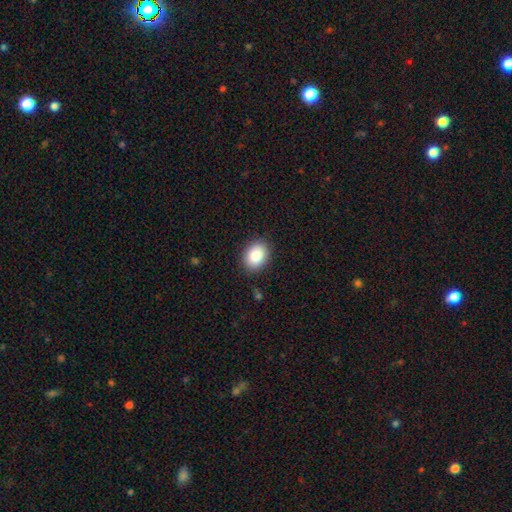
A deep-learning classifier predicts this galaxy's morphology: smooth-or-featured: smooth: 85% | star or artifact: 8% | featured or disk: 7%
  how-rounded: in between: 63% | round: 36% | cigar-shaped: 1%
  merging: none: 88% | minor disturbance: 9% | major disturbance: 2% | merger: 1%